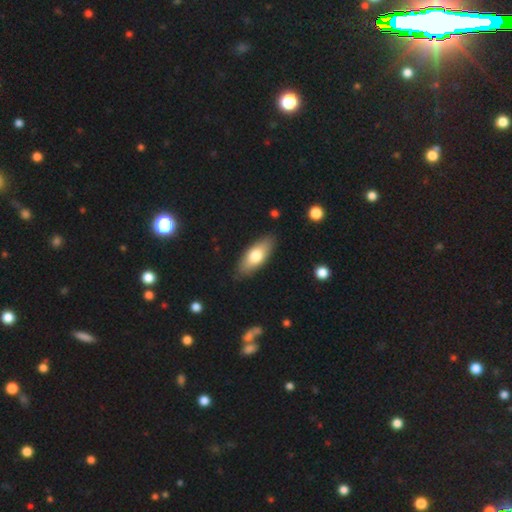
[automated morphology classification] smooth-or-featured: smooth: 69% | featured or disk: 25% | star or artifact: 6%
  how-rounded: in between: 78% | cigar-shaped: 20% | round: 2%
  merging: none: 87% | minor disturbance: 10% | major disturbance: 2% | merger: 1%